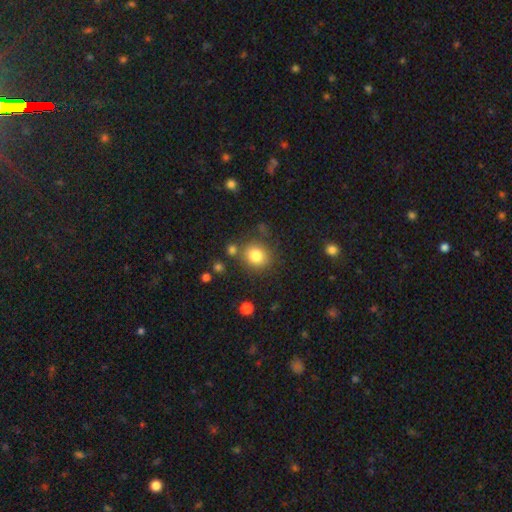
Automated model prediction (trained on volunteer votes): A smooth galaxy with no disk features (81%) that is round (80%). Merging: none (76%).